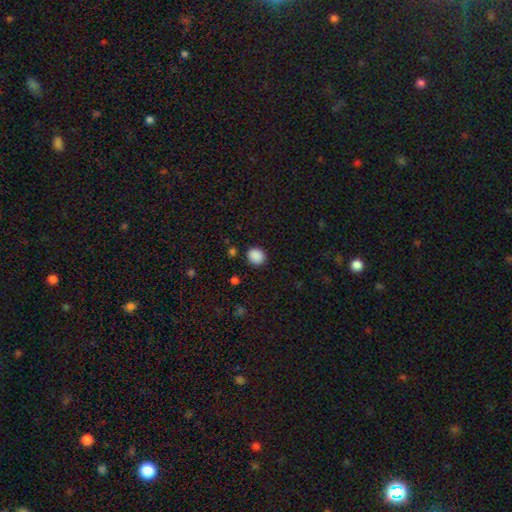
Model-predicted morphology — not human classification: Overall: smooth (88%). How rounded: round (74%). Merging: none (87%).